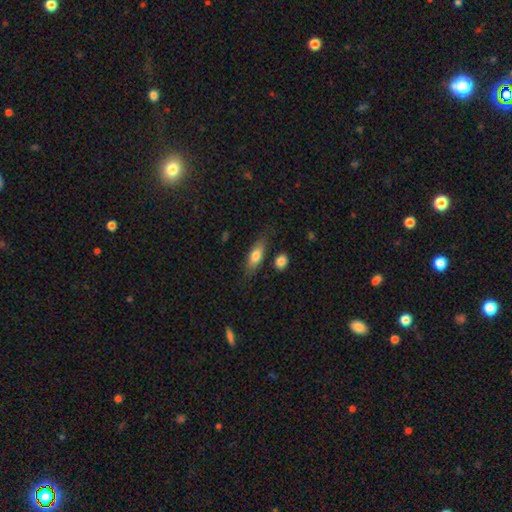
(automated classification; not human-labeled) A smooth galaxy with no disk features (74%) that is in between round and cigar-shaped (69%). Merging: none (73%).